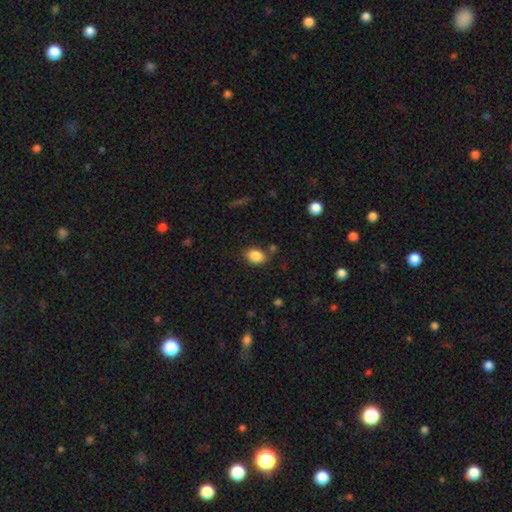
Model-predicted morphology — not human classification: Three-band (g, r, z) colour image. It shows a smooth galaxy with no disk features (87%) that is in between round and cigar-shaped (74%). Merging: none (78%).